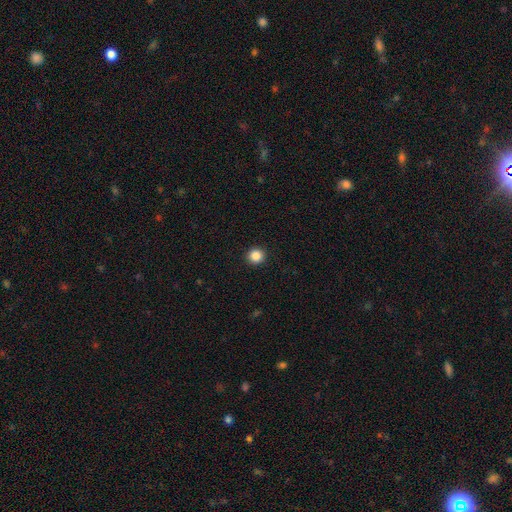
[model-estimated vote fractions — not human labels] Smooth or featured? Predicted: smooth (p=0.86). How rounded? Predicted: round (p=0.94). Merging? Predicted: none (p=0.93).